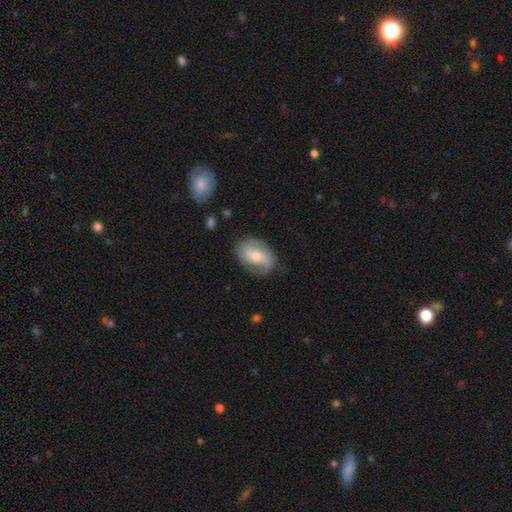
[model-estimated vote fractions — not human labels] A featured or disk galaxy (58%) with no bar (44%), spiral arms (81%) and a moderate central bulge (56%). Merging: none (71%).